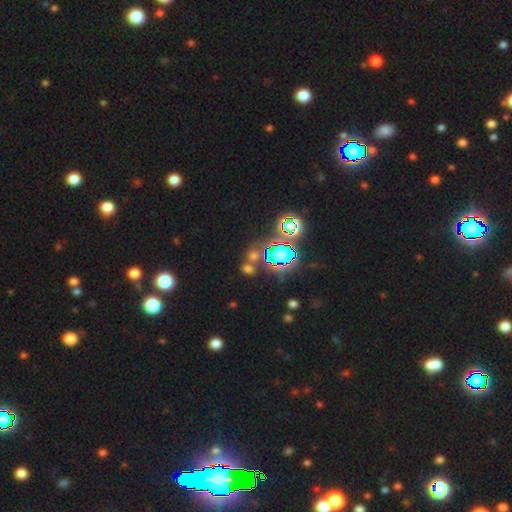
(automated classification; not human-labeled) Smooth or featured: star or artifact — 68% (smooth — 23%)